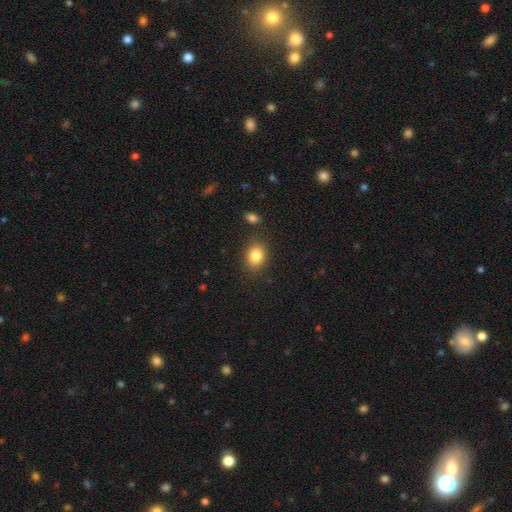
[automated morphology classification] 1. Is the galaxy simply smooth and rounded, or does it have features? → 84% smooth, 9% star or artifact, 7% featured or disk.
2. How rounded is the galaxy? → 54% in between, 45% round, 1% cigar-shaped.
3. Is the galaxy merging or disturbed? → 83% none, 11% minor disturbance, 3% major disturbance, 3% merger.